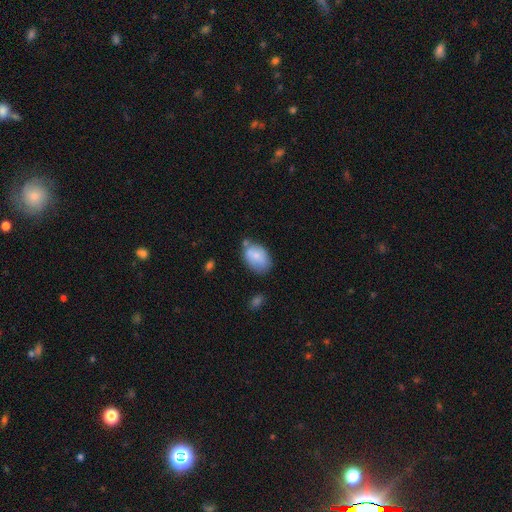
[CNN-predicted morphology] A smooth galaxy with no disk features (77%) that is in between round and cigar-shaped (86%). Merging: none (54%).